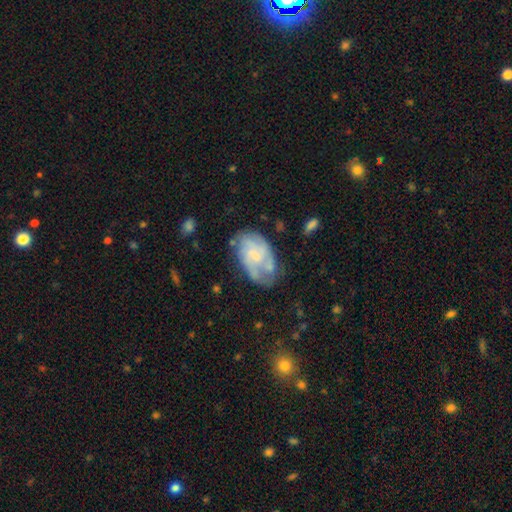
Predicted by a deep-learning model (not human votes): Smooth or featured: featured or disk — 63% (smooth — 30%)
Edge-on disk: no — 97% (yes — 3%)
Bar: no — 65% (weak — 30%)
Spiral arms: yes — 76% (no — 24%)
Bulge size: small — 52% (moderate — 24%)
Merging: none — 51% (minor disturbance — 28%)